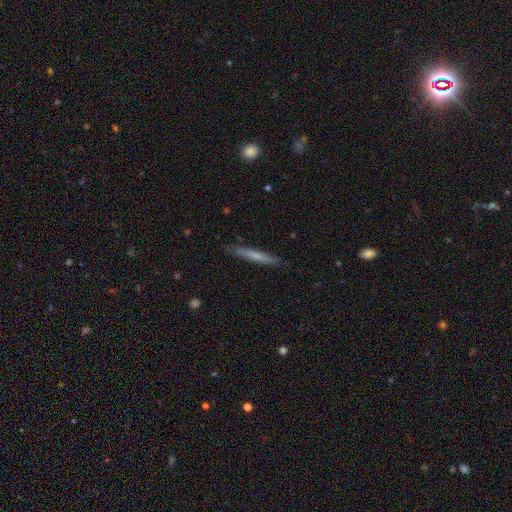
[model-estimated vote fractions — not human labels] The model was most divided on "smooth or featured": smooth: 61%, featured or disk: 33%, star or artifact: 6%. More confident: how rounded — cigar-shaped (96%); merging — none (88%).